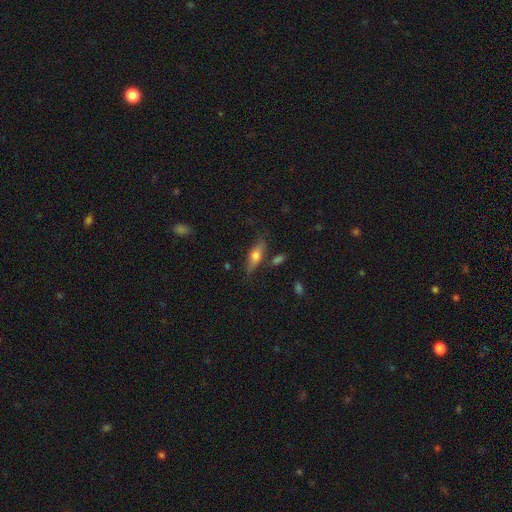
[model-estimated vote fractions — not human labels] Overall: smooth (58%; featured or disk 35%). How rounded: in between (61%; cigar-shaped 35%). Merging: none (71%).